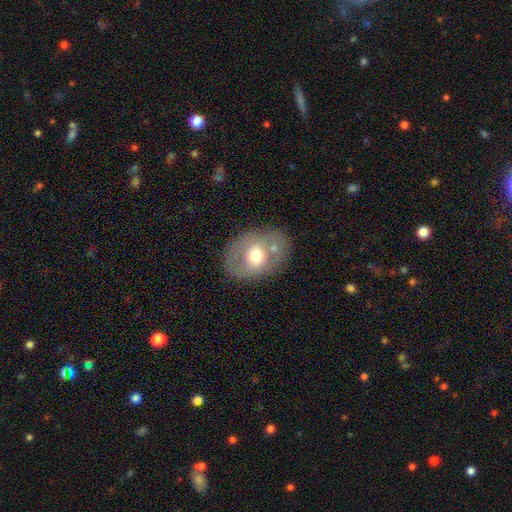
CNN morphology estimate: This is possibly a smooth galaxy (55%). How rounded: likely in between (62%). Merging: likely none (68%).